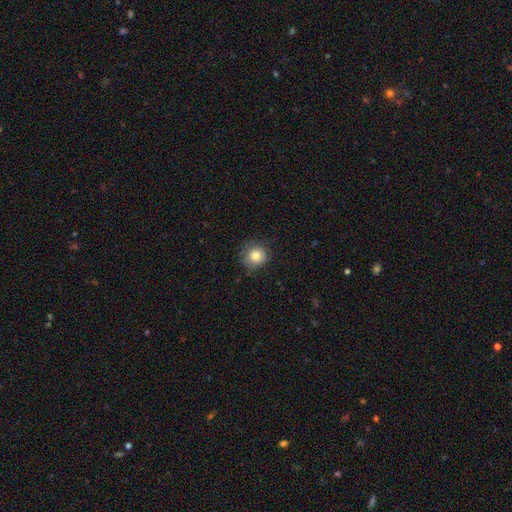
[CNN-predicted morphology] A smooth galaxy with no disk features (82%) that is round (90%). Merging: none (80%).